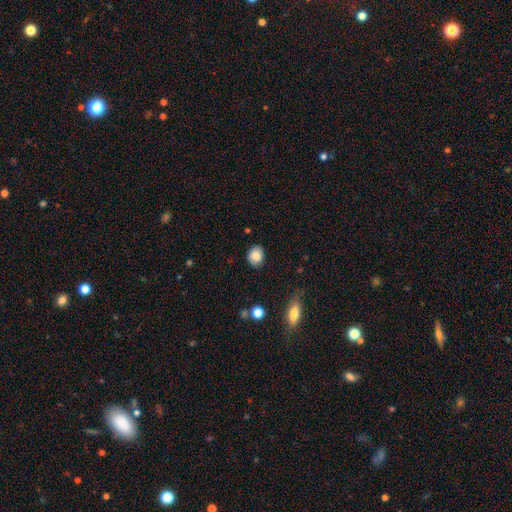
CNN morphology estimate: Smooth or featured? smooth (86%)
How rounded? round (64%)
Merging? none (83%)